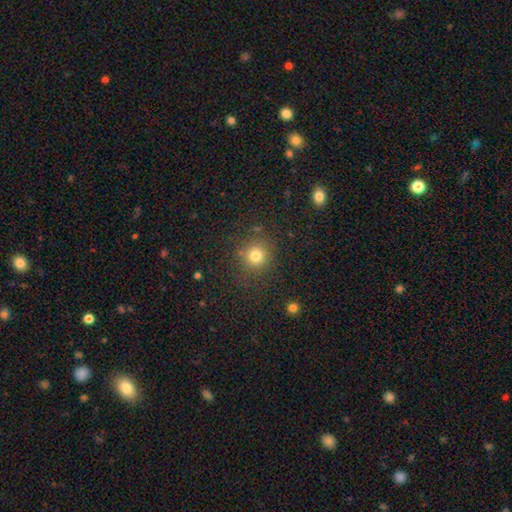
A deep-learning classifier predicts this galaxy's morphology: Overall: smooth (78%). How rounded: round (90%). Merging: none (83%).